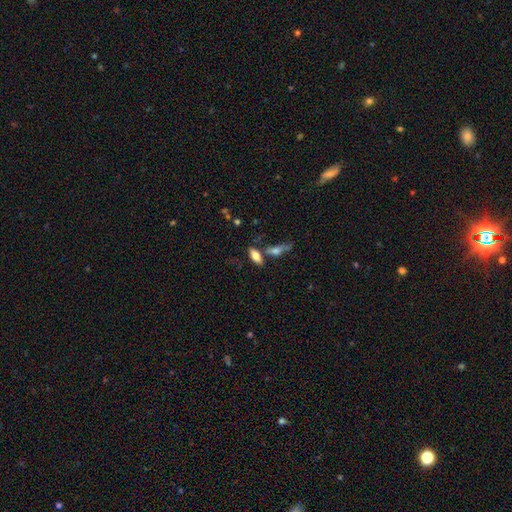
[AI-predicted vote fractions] A smooth galaxy with no disk features (74%) that is in between round and cigar-shaped (80%).

Vote fractions:
- Smooth or featured? smooth: 74% / featured or disk: 18% / star or artifact: 8%
- How rounded? in between: 80% / cigar-shaped: 17% / round: 3%
- Merging? none: 60% / merger: 21% / minor disturbance: 14% / major disturbance: 5%